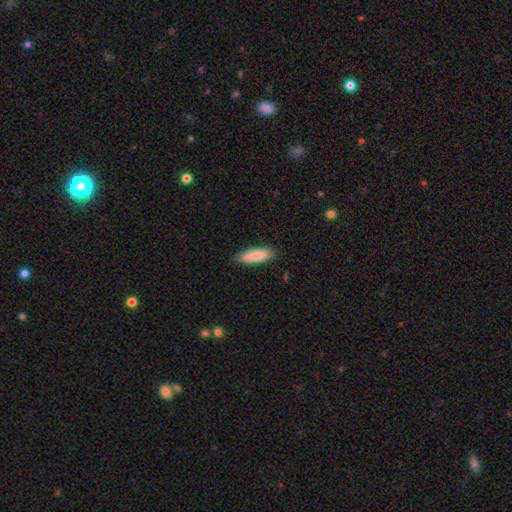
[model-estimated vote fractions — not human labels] Smooth or featured: smooth — 86% (featured or disk — 8%)
How rounded: cigar-shaped — 57% (in between — 41%)
Merging: none — 87% (minor disturbance — 10%)